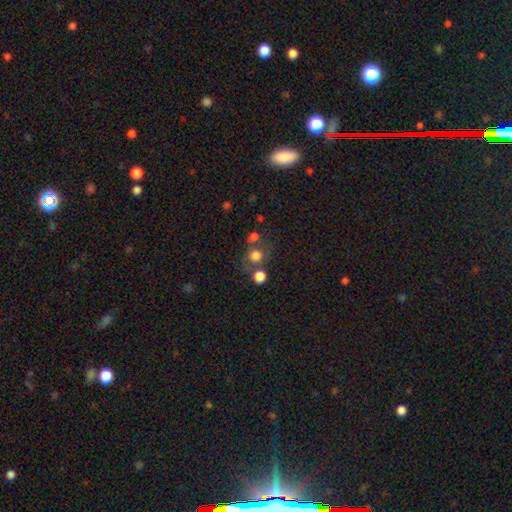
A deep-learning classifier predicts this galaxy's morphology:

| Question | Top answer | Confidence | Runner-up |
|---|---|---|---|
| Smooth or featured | smooth | 73% | star or artifact (16%) |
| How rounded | round | 84% | in between (15%) |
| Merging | none | 60% | merger (24%) |